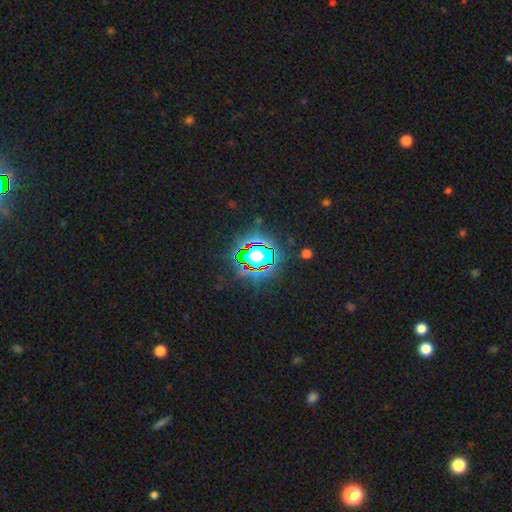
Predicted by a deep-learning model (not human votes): Smooth or featured?
  - star or artifact: 67% *
  - smooth: 21%
  - featured or disk: 12%